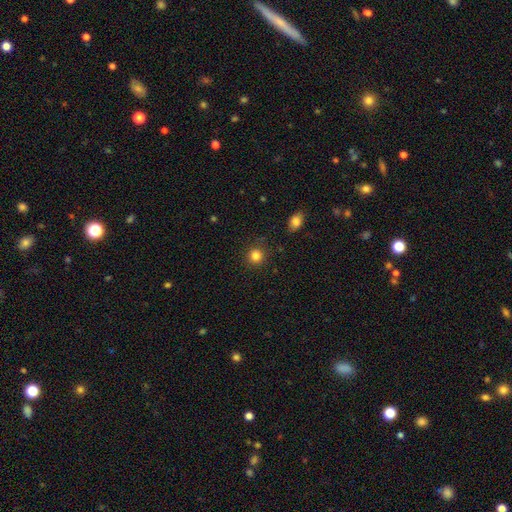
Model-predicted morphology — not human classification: Overall: smooth (84%). How rounded: round (91%). Merging: none (87%).